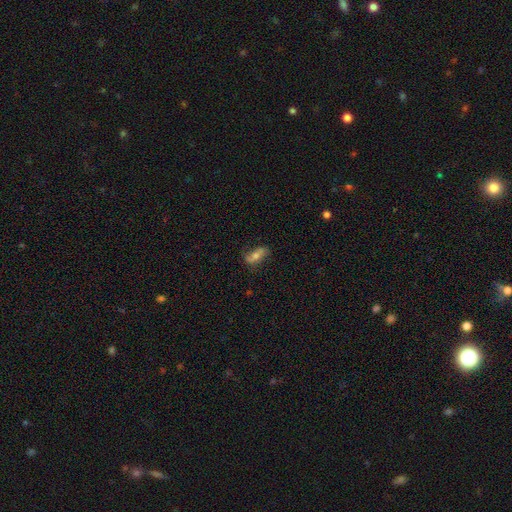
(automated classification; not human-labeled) Q: Smooth or featured?
A: smooth (52%); runner-up: featured or disk (39%)
Q: How rounded?
A: in between (75%); runner-up: cigar-shaped (20%)
Q: Merging?
A: none (72%); runner-up: minor disturbance (20%)